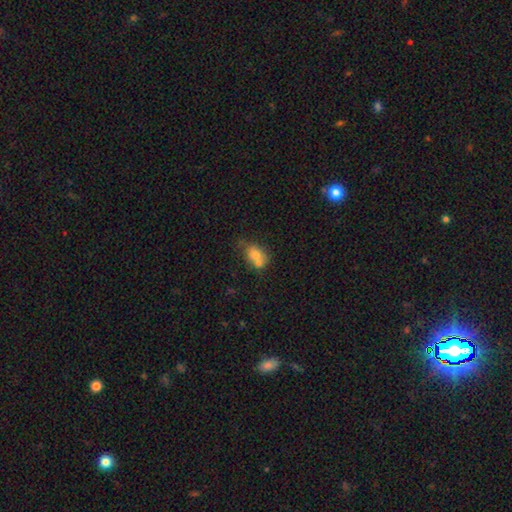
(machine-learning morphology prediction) Smooth or featured: smooth — 70% (featured or disk — 20%)
How rounded: in between — 62% (round — 36%)
Merging: merger — 47% (none — 34%)